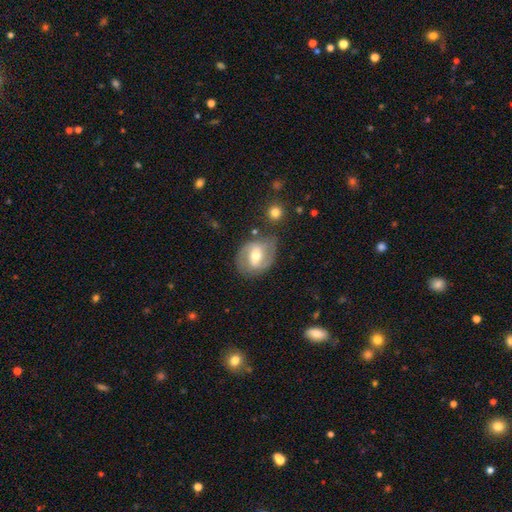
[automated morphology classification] A featured or disk galaxy (68%) with a weak bar (44%), 2 (85%) medium (48%) spiral arms (79%) and a moderate central bulge (69%). Merging: none (72%).